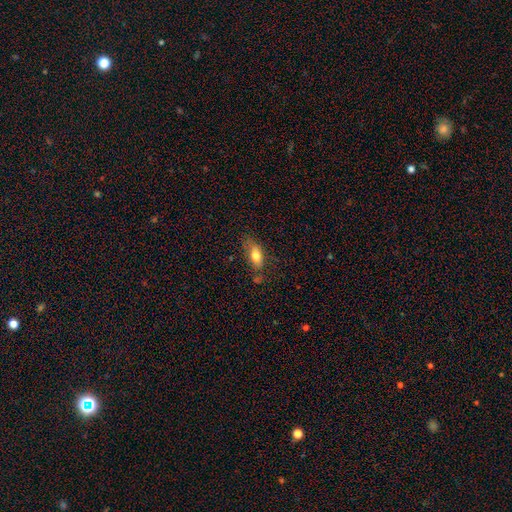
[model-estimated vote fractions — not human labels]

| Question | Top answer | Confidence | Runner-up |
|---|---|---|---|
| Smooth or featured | smooth | 74% | featured or disk (18%) |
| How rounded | in between | 80% | cigar-shaped (16%) |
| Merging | none | 61% | minor disturbance (25%) |